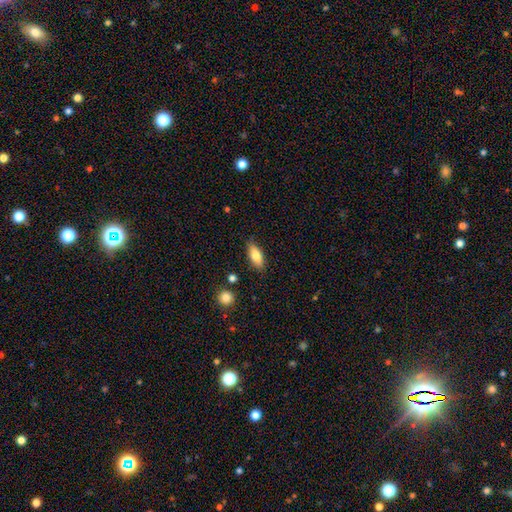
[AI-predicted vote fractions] A smooth galaxy with no disk features (77%) that is in between round and cigar-shaped (75%). Merging: none (84%).